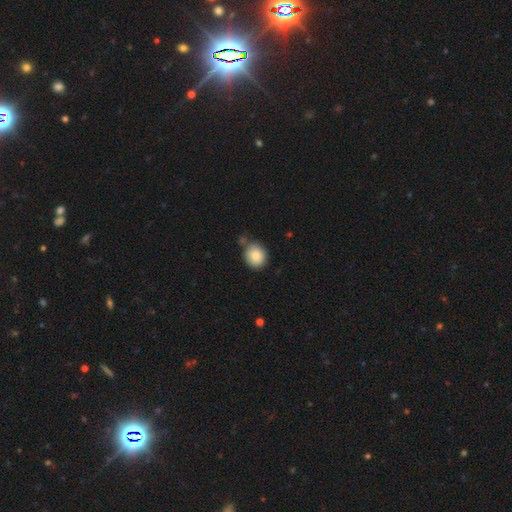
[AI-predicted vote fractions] Morphology: type=smooth (84%); roundness=round (79%); merging=none (69%).